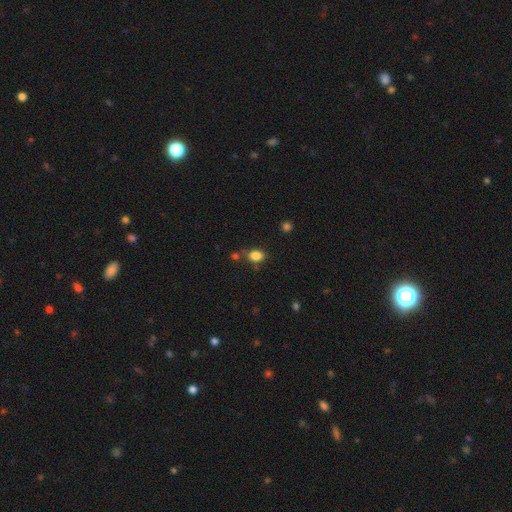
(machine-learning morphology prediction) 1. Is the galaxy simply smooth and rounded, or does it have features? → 84% smooth, 11% star or artifact, 5% featured or disk.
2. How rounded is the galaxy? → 69% in between, 30% round, 2% cigar-shaped.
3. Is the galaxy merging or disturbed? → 68% none, 16% minor disturbance, 11% merger, 5% major disturbance.